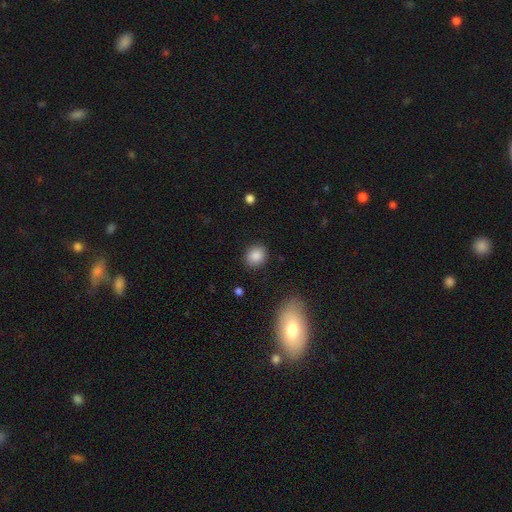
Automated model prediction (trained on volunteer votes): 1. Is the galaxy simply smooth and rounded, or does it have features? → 86% smooth, 9% star or artifact, 5% featured or disk.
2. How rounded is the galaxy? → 67% round, 32% in between, 1% cigar-shaped.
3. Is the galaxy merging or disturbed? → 88% none, 8% minor disturbance, 3% major disturbance, 1% merger.